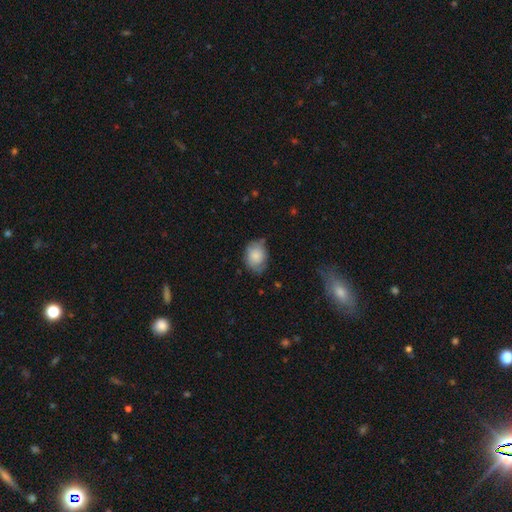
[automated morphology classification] This appears to be a smooth galaxy with no disk features (75%) that is in between round and cigar-shaped (59%). Merging: none (57%).